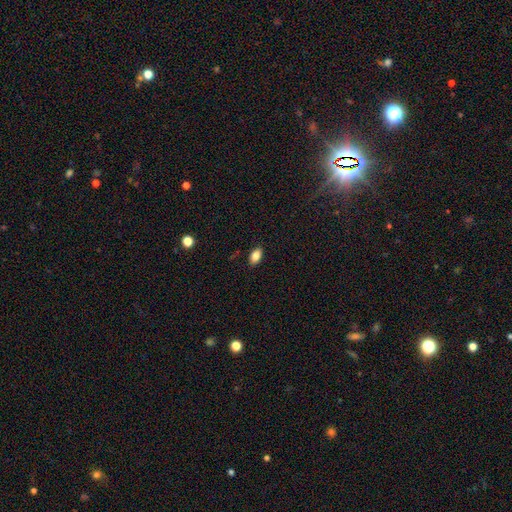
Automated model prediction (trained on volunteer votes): smooth-or-featured: smooth: 84% | star or artifact: 9% | featured or disk: 8%
  how-rounded: in between: 90% | round: 7% | cigar-shaped: 3%
  merging: none: 88% | minor disturbance: 9% | major disturbance: 2% | merger: 1%